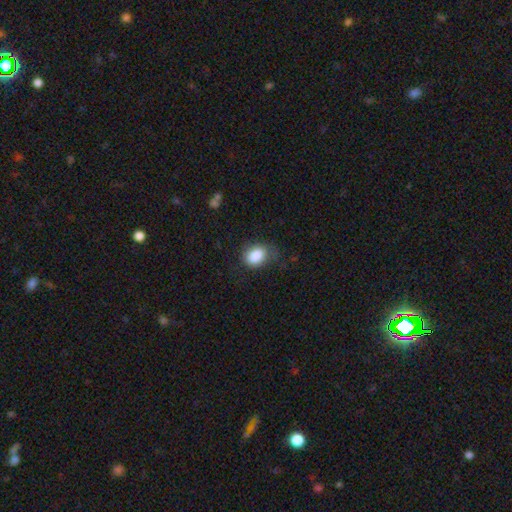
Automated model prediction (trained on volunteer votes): A smooth galaxy with no disk features (85%) that is in between round and cigar-shaped (67%). Merging: none (63%).